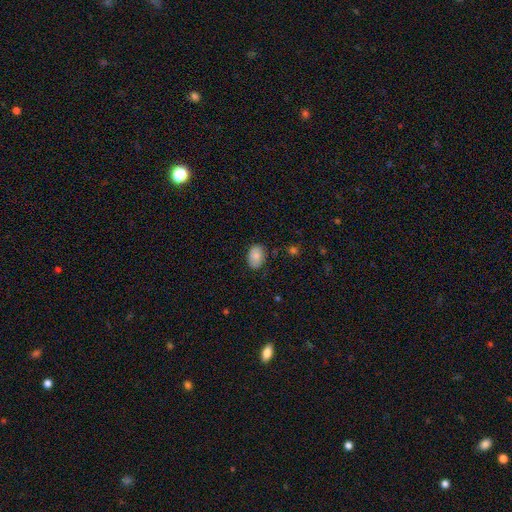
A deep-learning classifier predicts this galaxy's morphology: Smooth or featured? Predicted: smooth (p=0.83). How rounded? Predicted: in between (p=0.84). Merging? Predicted: none (p=0.77).